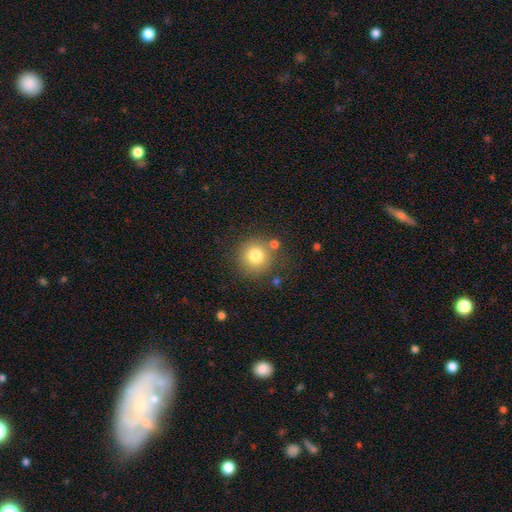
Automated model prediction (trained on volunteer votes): The model was most divided on "smooth or featured": smooth: 78%, star or artifact: 12%, featured or disk: 10%. More confident: how rounded — round (94%); merging — none (78%).